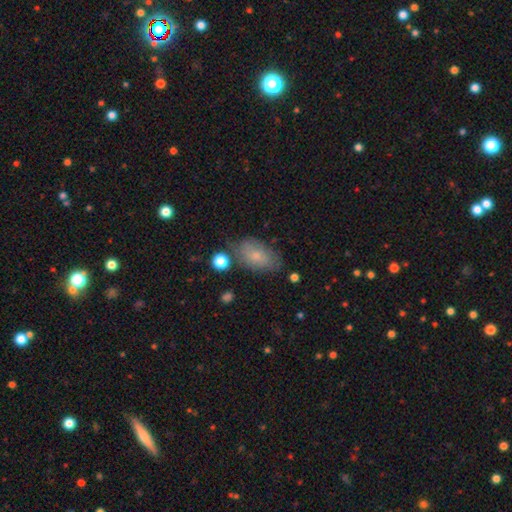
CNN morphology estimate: A smooth galaxy with no disk features (73%) that is in between round and cigar-shaped (91%). Merging: none (66%).